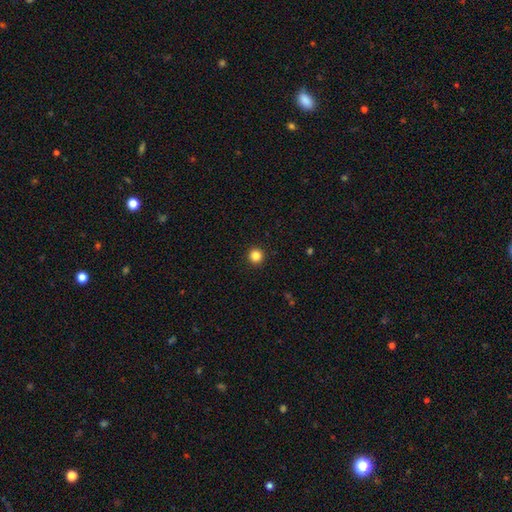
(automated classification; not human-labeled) Smooth or featured: smooth — 85% (star or artifact — 12%)
How rounded: round — 95% (in between — 4%)
Merging: none — 94% (minor disturbance — 4%)